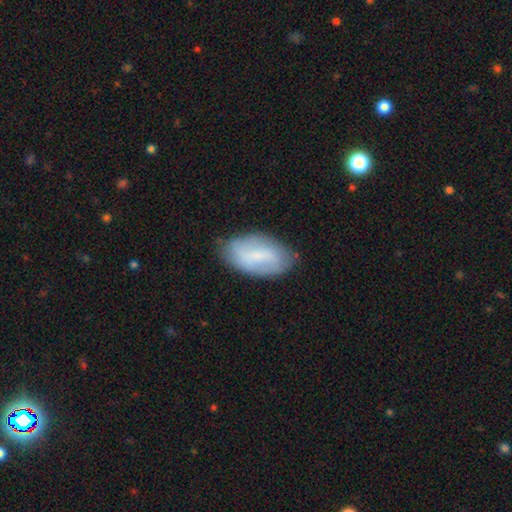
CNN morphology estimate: Q: Smooth or featured?
A: smooth (52%); runner-up: featured or disk (40%)
Q: How rounded?
A: in between (93%); runner-up: round (4%)
Q: Merging?
A: none (76%); runner-up: minor disturbance (18%)